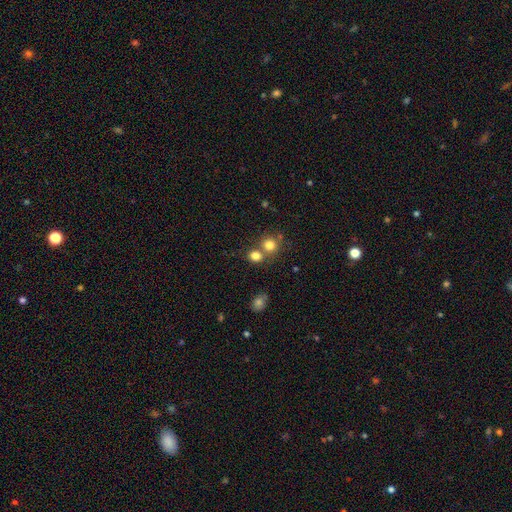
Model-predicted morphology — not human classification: This is likely a smooth galaxy (80%). How rounded: likely round (77%). Merging: possibly none (53%).